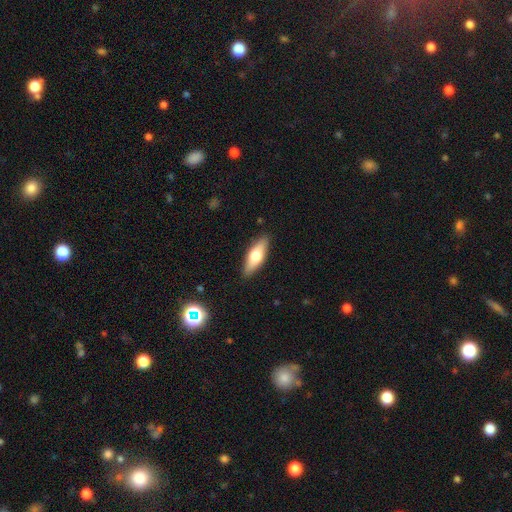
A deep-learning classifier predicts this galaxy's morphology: Smooth or featured?
  - smooth: 60% *
  - featured or disk: 34%
  - star or artifact: 6%
How rounded?
  - in between: 60% *
  - cigar-shaped: 38%
  - round: 2%
Merging?
  - none: 88% *
  - minor disturbance: 9%
  - major disturbance: 2%
  - merger: 1%